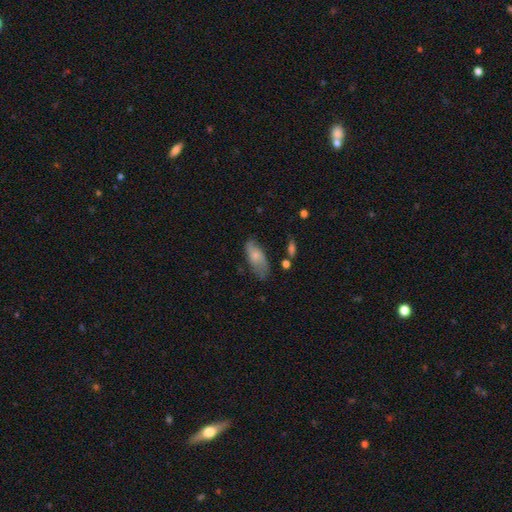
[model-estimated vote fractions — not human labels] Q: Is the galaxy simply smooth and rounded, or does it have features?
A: smooth — 61%.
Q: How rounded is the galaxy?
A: in between — 86%.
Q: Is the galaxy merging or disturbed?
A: none — 57%.